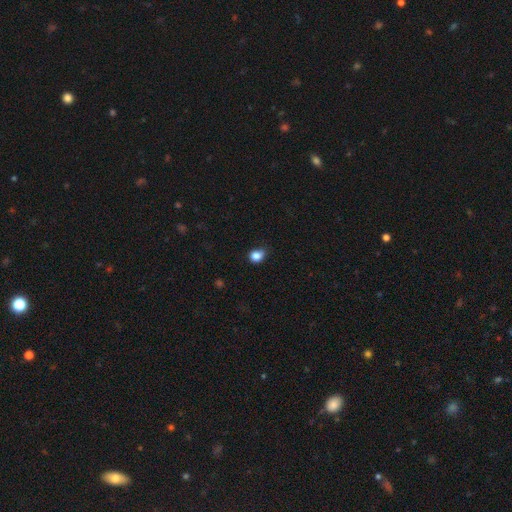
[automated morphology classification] Smooth or featured?
  - smooth: 84% *
  - star or artifact: 11%
  - featured or disk: 5%
How rounded?
  - round: 61% *
  - in between: 38%
  - cigar-shaped: 1%
Merging?
  - none: 65% *
  - minor disturbance: 28%
  - major disturbance: 5%
  - merger: 2%